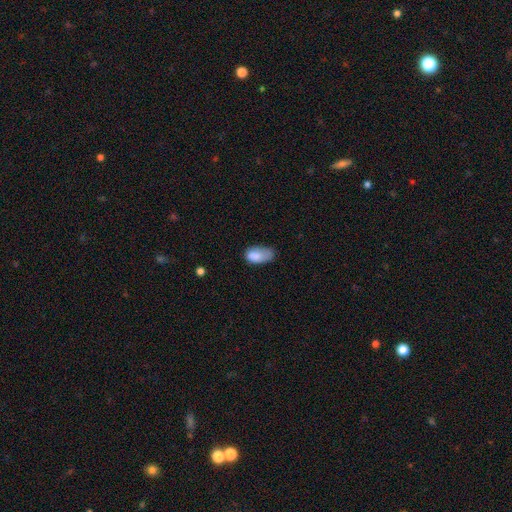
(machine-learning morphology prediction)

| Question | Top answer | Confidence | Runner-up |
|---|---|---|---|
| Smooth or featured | smooth | 80% | featured or disk (12%) |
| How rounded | in between | 93% | round (5%) |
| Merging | minor disturbance | 40% | none (37%) |